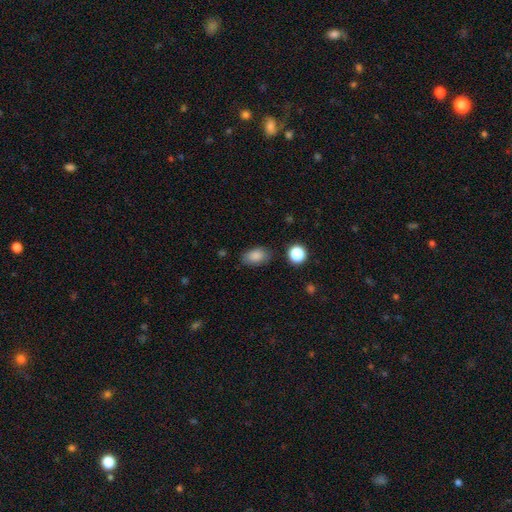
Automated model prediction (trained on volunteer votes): Smooth or featured: smooth — 84% (star or artifact — 10%)
How rounded: in between — 86% (round — 12%)
Merging: none — 80% (minor disturbance — 14%)